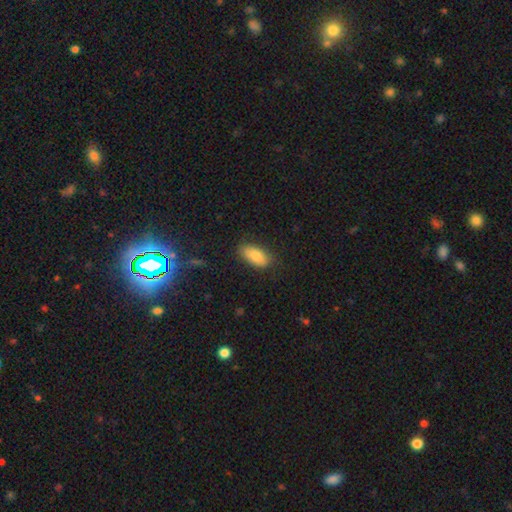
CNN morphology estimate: Smooth or featured: smooth — 84% (featured or disk — 9%)
How rounded: in between — 89% (cigar-shaped — 9%)
Merging: none — 80% (minor disturbance — 16%)